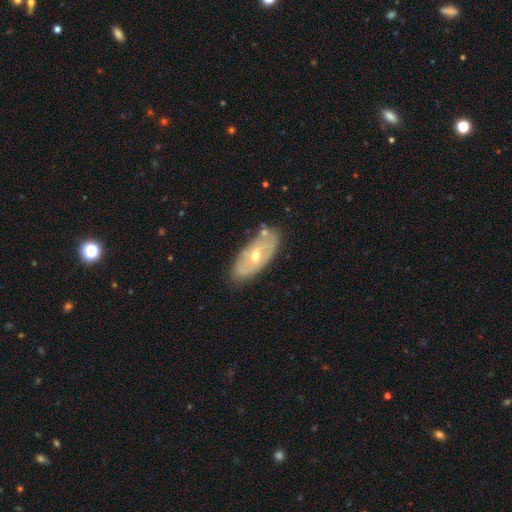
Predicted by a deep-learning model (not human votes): Overall: featured or disk (60%; smooth 34%). Edge-on disk: no (84%). Bar: no (66%). Spiral arms: no (64%; yes 36%). Bulge size: moderate (60%; small 37%). Merging: none (74%).